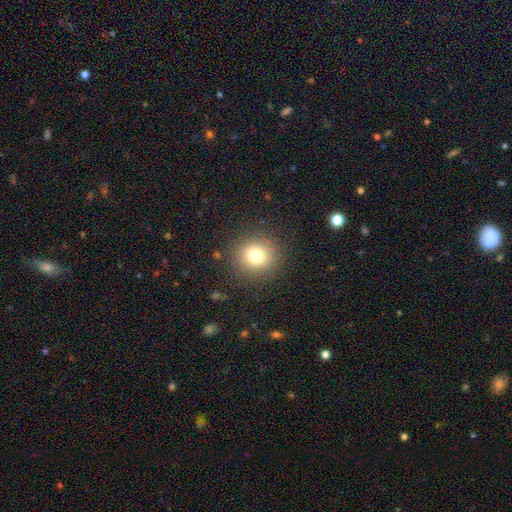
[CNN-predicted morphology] A smooth galaxy with no disk features (78%) that is round (88%).

Vote fractions:
- Smooth or featured? smooth: 78% / star or artifact: 13% / featured or disk: 9%
- How rounded? round: 88% / in between: 11% / cigar-shaped: 1%
- Merging? none: 88% / minor disturbance: 7% / major disturbance: 3% / merger: 1%